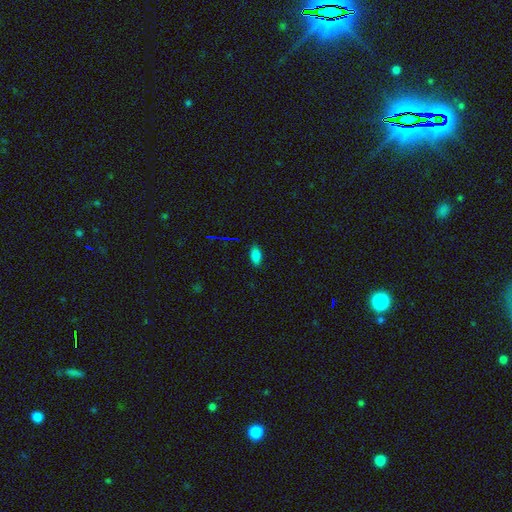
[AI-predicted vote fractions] The model was most divided on "smooth or featured": smooth: 82%, star or artifact: 12%, featured or disk: 6%. More confident: how rounded — in between (91%); merging — none (87%).